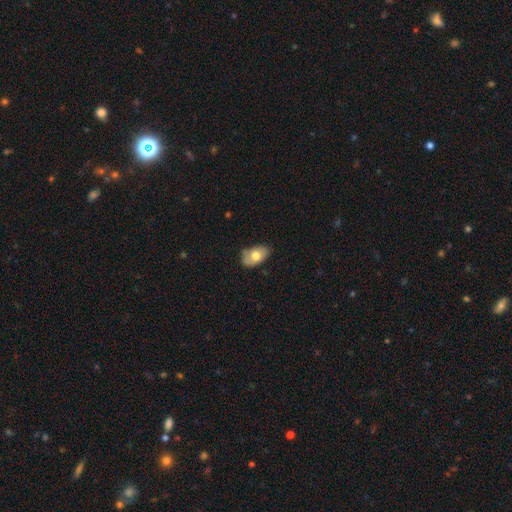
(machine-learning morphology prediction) smooth-or-featured: smooth: 69% | featured or disk: 25% | star or artifact: 7%
  how-rounded: in between: 90% | round: 9% | cigar-shaped: 1%
  merging: none: 58% | minor disturbance: 32% | major disturbance: 7% | merger: 2%